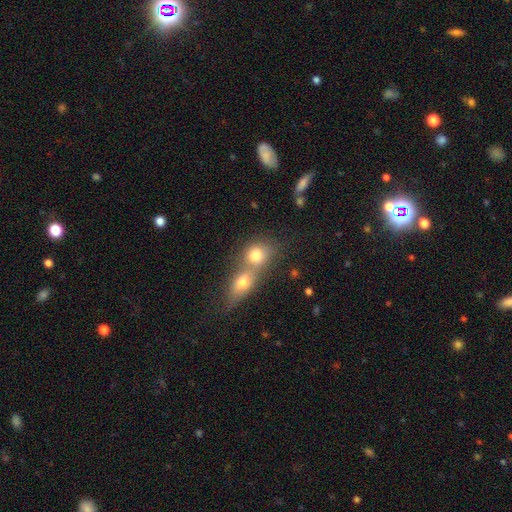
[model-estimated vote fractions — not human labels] Q: Smooth or featured?
A: smooth (75%); runner-up: featured or disk (14%)
Q: How rounded?
A: round (62%); runner-up: in between (35%)
Q: Merging?
A: merger (66%); runner-up: none (25%)